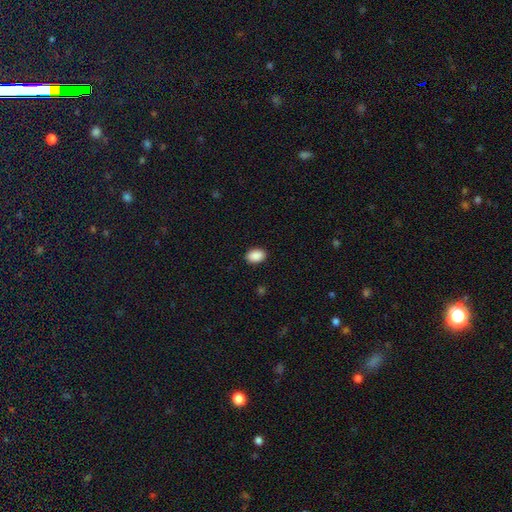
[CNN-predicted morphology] Q: Smooth or featured?
A: smooth (90%); runner-up: star or artifact (7%)
Q: How rounded?
A: in between (83%); runner-up: round (16%)
Q: Merging?
A: none (90%); runner-up: minor disturbance (7%)